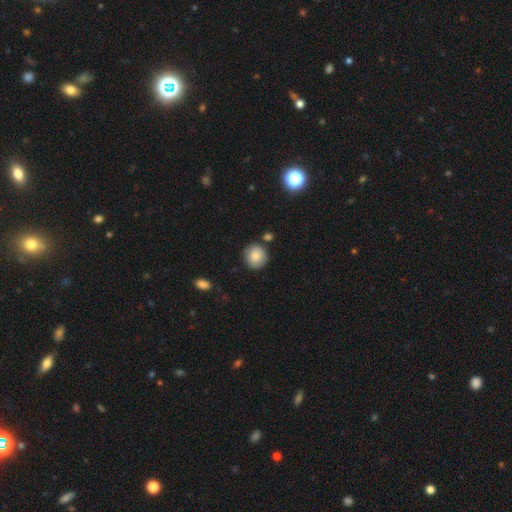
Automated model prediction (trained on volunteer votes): Smooth or featured? Predicted: smooth (p=0.85). How rounded? Predicted: round (p=0.92). Merging? Predicted: none (p=0.83).